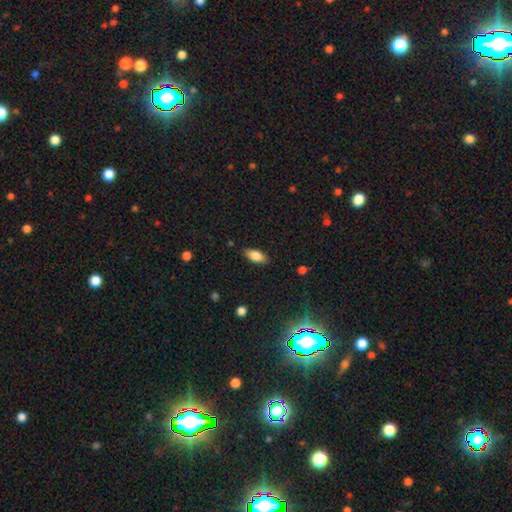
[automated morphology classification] The model was most divided on "smooth or featured": smooth: 82%, featured or disk: 10%, star or artifact: 8%. More confident: how rounded — in between (88%); merging — none (85%).